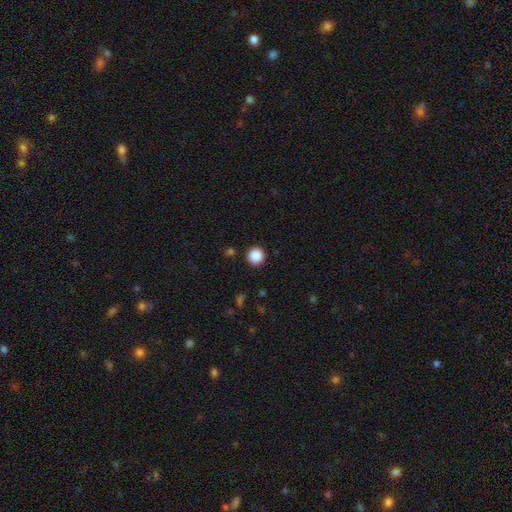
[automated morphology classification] A smooth galaxy with no disk features (88%) that is round (95%).

Vote fractions:
- Smooth or featured? smooth: 88% / star or artifact: 10% / featured or disk: 2%
- How rounded? round: 95% / in between: 4% / cigar-shaped: 1%
- Merging? none: 92% / minor disturbance: 5% / major disturbance: 2% / merger: 1%